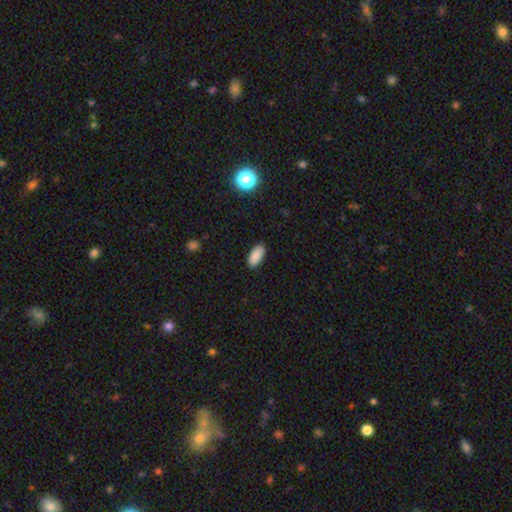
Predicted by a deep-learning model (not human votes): Smooth or featured? Predicted: smooth (p=0.88). How rounded? Predicted: in between (p=0.91). Merging? Predicted: none (p=0.89).